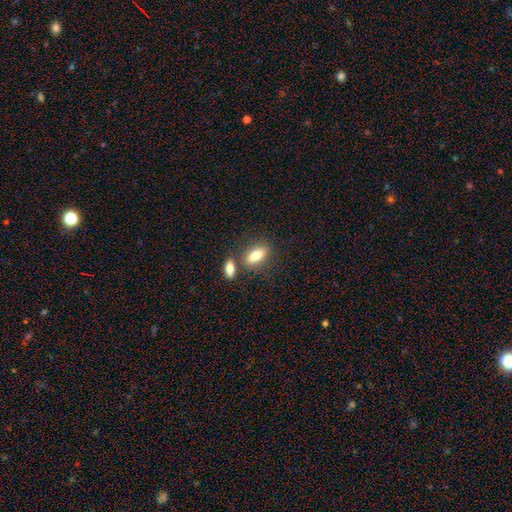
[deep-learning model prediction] The model was most divided on "merging": none: 64%, merger: 21%, minor disturbance: 11%, major disturbance: 4%. More confident: how rounded — in between (78%); smooth or featured — smooth (75%).